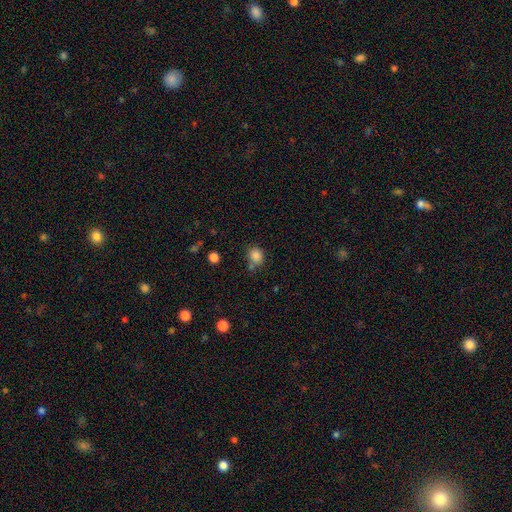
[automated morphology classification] type=smooth (84%); roundness=round (70%); merging=none (66%).